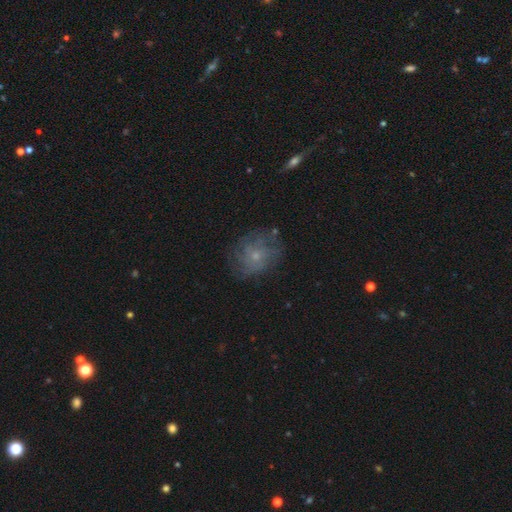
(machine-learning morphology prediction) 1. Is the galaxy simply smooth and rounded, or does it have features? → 55% featured or disk, 32% smooth, 12% star or artifact.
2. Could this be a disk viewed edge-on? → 97% no, 3% yes.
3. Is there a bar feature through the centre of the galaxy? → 82% no, 16% weak, 2% strong.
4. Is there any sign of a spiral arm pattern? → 71% yes, 29% no.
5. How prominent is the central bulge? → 69% small, 24% moderate, 5% none, 1% large, 1% dominant.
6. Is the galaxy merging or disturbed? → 69% none, 19% minor disturbance, 10% major disturbance, 2% merger.